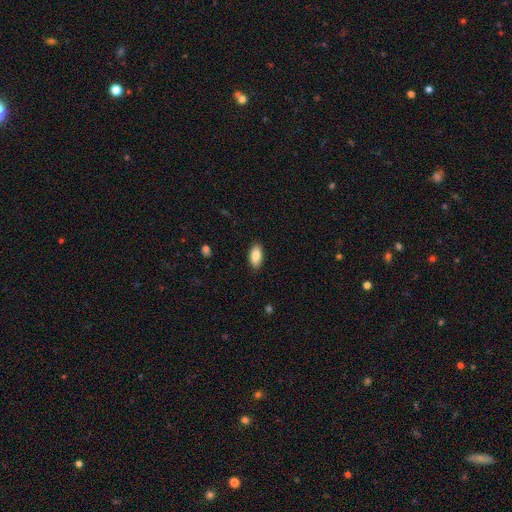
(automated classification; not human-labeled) This appears to be a smooth galaxy with no disk features (87%) that is in between round and cigar-shaped (92%). Merging: none (88%).